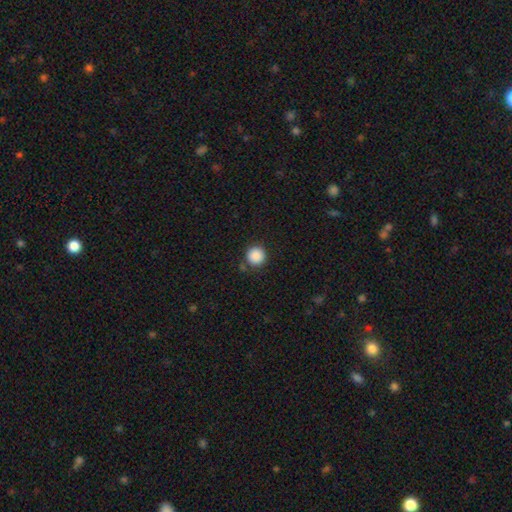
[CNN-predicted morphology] smooth-or-featured: smooth: 88% | star or artifact: 9% | featured or disk: 3%
  how-rounded: round: 96% | in between: 3% | cigar-shaped: 1%
  merging: none: 84% | minor disturbance: 9% | merger: 4% | major disturbance: 3%